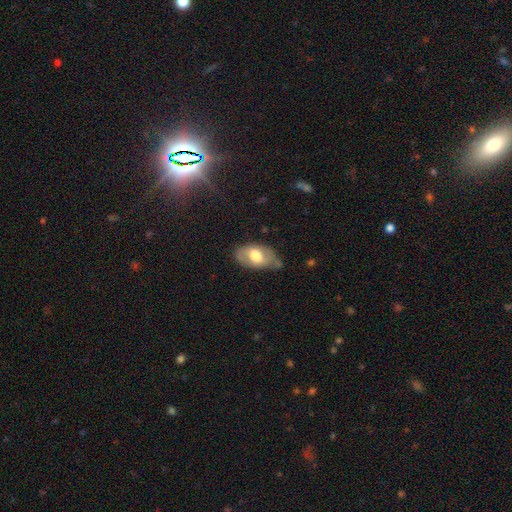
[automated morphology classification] smooth 59%, featured or disk 35%, star or artifact 6%. Down the decision tree: how rounded — in between (93%); merging — none (57%).